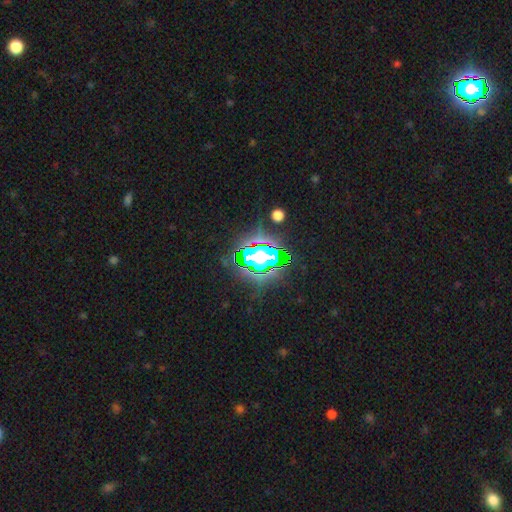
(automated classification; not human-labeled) Smooth or featured? star or artifact (68%)